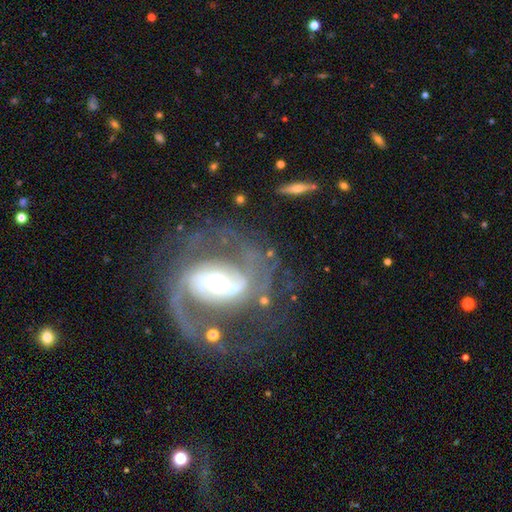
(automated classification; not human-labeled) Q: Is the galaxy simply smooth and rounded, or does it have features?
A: featured or disk — 89%.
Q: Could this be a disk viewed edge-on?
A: no — 97%.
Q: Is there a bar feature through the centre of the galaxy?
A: weak — 36%.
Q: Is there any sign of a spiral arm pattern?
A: yes — 96%.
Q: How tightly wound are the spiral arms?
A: medium — 55%.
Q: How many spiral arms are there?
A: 2 — 84%.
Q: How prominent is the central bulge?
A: moderate — 49%.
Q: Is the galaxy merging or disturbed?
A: none — 63%.